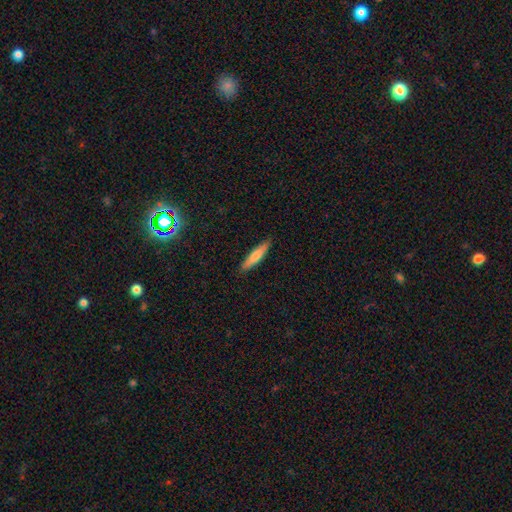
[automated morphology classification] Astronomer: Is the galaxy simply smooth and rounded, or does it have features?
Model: smooth — 70%.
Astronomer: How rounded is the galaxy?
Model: cigar-shaped — 83%.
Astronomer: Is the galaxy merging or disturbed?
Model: none — 89%.